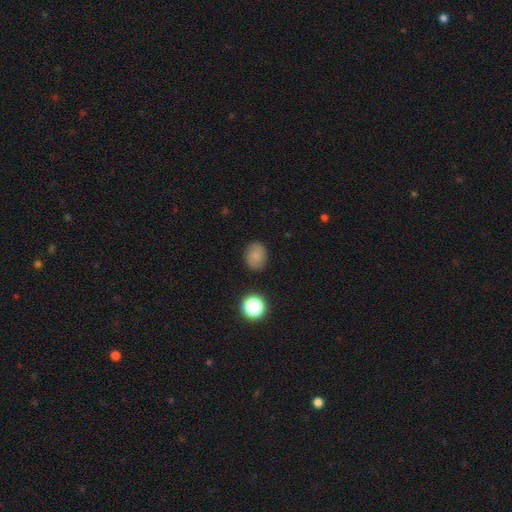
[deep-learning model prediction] Smooth or featured: smooth — 72% (featured or disk — 15%)
How rounded: round — 57% (in between — 42%)
Merging: none — 84% (minor disturbance — 11%)